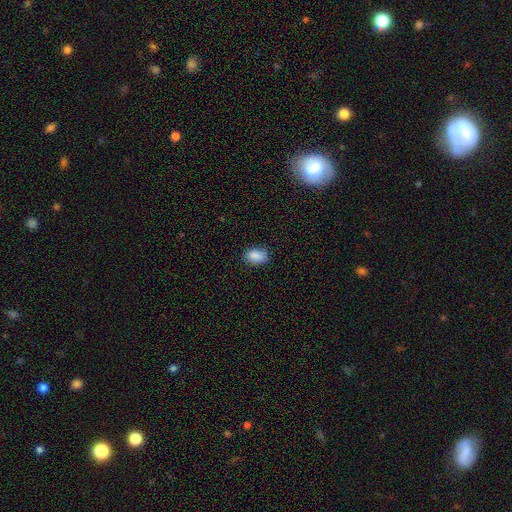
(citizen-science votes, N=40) This appears to be a smooth galaxy with no disk features (85%) that is in between round and cigar-shaped (85%). Merging: none (81%).